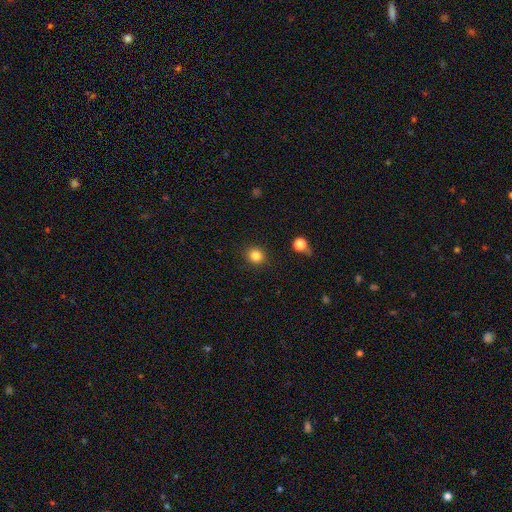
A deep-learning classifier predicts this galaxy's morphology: Smooth or featured? Predicted: smooth (p=0.84). How rounded? Predicted: round (p=0.86). Merging? Predicted: none (p=0.89).